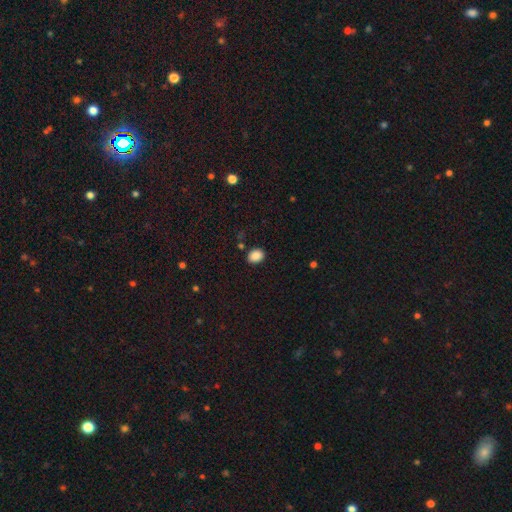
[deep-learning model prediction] smooth-or-featured: smooth: 88% | star or artifact: 9% | featured or disk: 3%
  how-rounded: in between: 63% | round: 36% | cigar-shaped: 1%
  merging: none: 86% | minor disturbance: 9% | major disturbance: 3% | merger: 2%